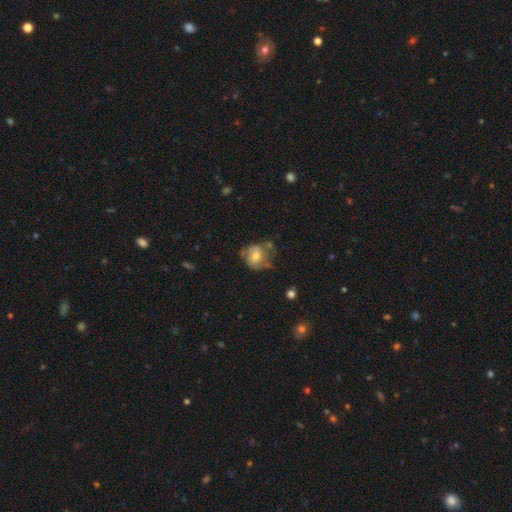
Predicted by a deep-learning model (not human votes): smooth_or_featured: featured or disk (p=0.56) [alt: smooth p=0.36]
disk_edge_on: no (p=0.97) [alt: yes p=0.03]
bar: no (p=0.56) [alt: weak p=0.36]
has_spiral_arms: yes (p=0.75) [alt: no p=0.25]
bulge_size: moderate (p=0.62) [alt: small p=0.22]
merging: none (p=0.49) [alt: minor disturbance p=0.28]